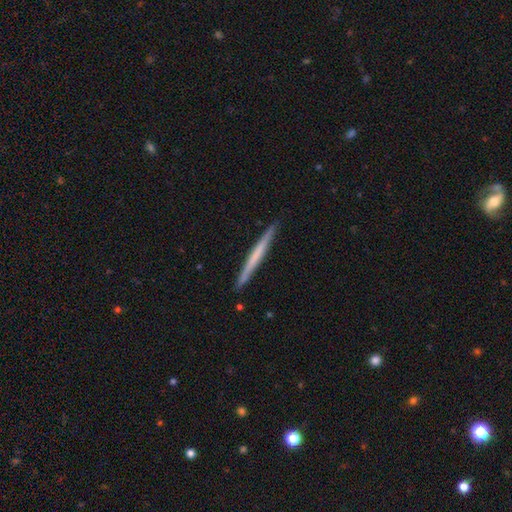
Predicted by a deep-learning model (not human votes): smooth_or_featured: smooth (p=0.49) [alt: featured or disk p=0.46]
merging: none (p=0.91) [alt: minor disturbance p=0.07]